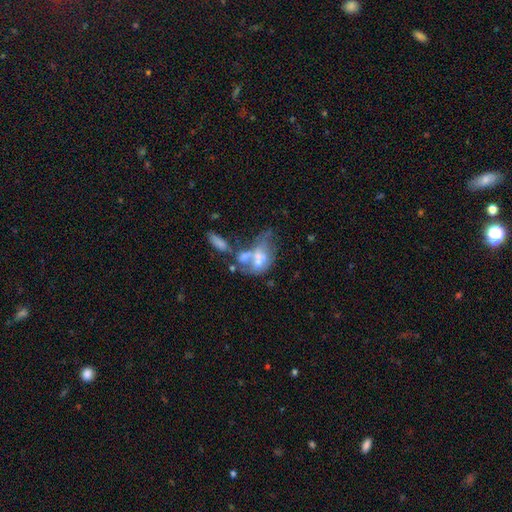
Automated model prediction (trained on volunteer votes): Smooth or featured? Predicted: featured or disk (p=0.53). Edge-on disk? Predicted: no (p=0.94). Merging? Predicted: merger (p=0.56).